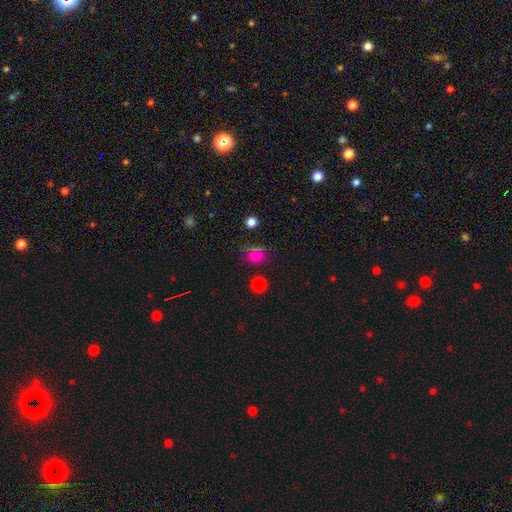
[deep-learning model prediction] Smooth or featured: smooth — 72% (star or artifact — 20%)
How rounded: round — 60% (in between — 39%)
Merging: none — 72% (minor disturbance — 16%)